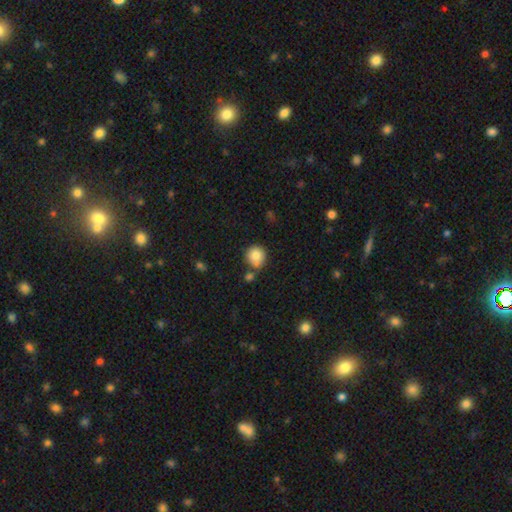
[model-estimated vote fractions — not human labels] Q: Smooth or featured?
A: smooth (83%); runner-up: star or artifact (9%)
Q: How rounded?
A: round (90%); runner-up: in between (9%)
Q: Merging?
A: none (64%); runner-up: merger (16%)